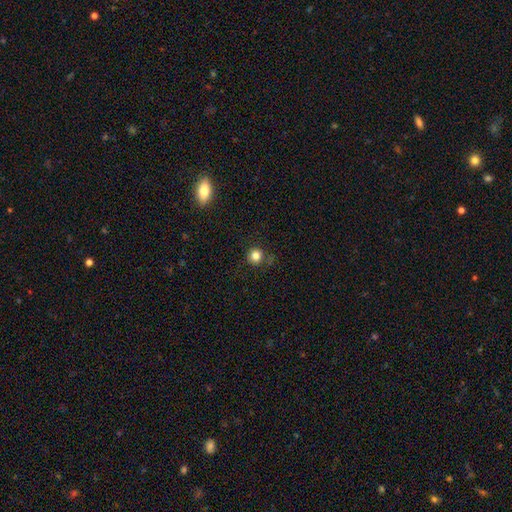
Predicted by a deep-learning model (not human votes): Smooth or featured: smooth — 82% (star or artifact — 13%)
How rounded: round — 94% (in between — 5%)
Merging: none — 84% (minor disturbance — 10%)